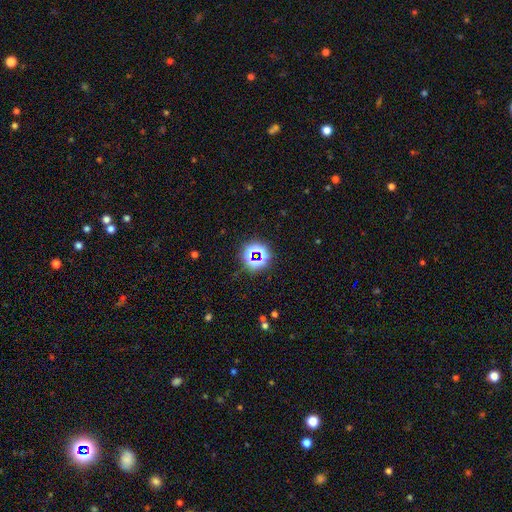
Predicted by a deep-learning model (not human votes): The model was most divided on "smooth or featured": star or artifact: 66%, smooth: 24%, featured or disk: 9%.